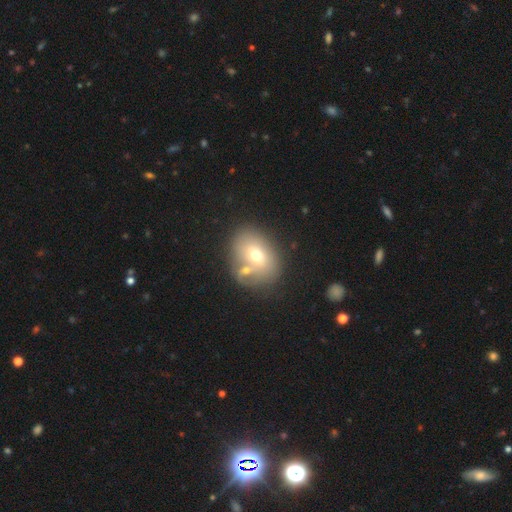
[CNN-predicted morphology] Smooth or featured?
  - smooth: 64% *
  - featured or disk: 26%
  - star or artifact: 10%
How rounded?
  - in between: 62% *
  - round: 37%
  - cigar-shaped: 1%
Merging?
  - none: 48% *
  - merger: 33%
  - minor disturbance: 14%
  - major disturbance: 6%